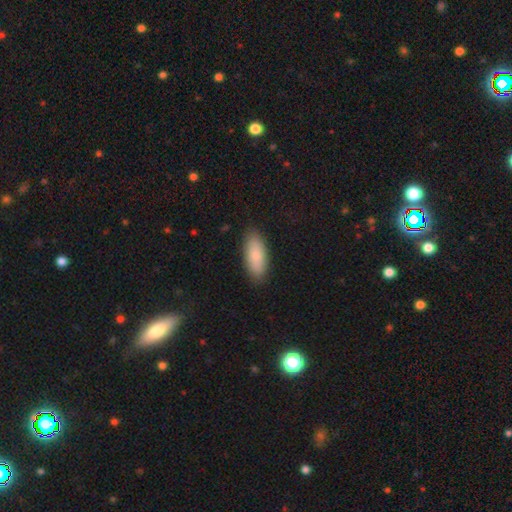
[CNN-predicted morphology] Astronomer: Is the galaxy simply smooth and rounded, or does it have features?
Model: smooth — 86%.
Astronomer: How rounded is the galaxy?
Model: in between — 82%.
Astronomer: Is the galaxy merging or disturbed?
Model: none — 87%.